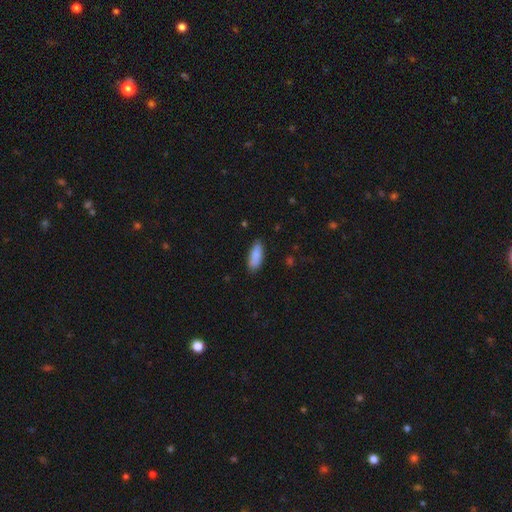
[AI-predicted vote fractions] A smooth galaxy with no disk features (89%) that is in between round and cigar-shaped (74%).

Vote fractions:
- Smooth or featured? smooth: 89% / star or artifact: 6% / featured or disk: 5%
- How rounded? in between: 74% / cigar-shaped: 24% / round: 2%
- Merging? none: 84% / minor disturbance: 13% / major disturbance: 2% / merger: 1%